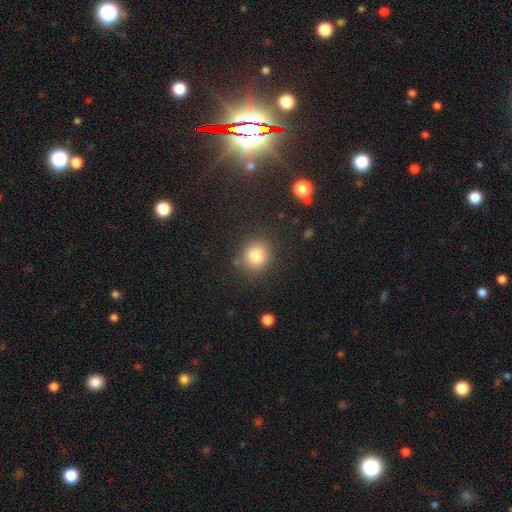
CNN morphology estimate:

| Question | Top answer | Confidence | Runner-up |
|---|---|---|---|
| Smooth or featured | smooth | 83% | star or artifact (11%) |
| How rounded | round | 82% | in between (17%) |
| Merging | none | 81% | minor disturbance (11%) |